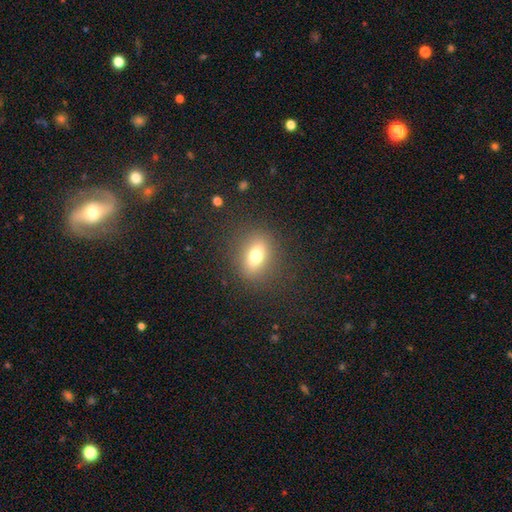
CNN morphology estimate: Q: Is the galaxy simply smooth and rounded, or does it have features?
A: smooth — 74%.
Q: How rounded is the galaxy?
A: in between — 64%.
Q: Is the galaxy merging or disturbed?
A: none — 85%.